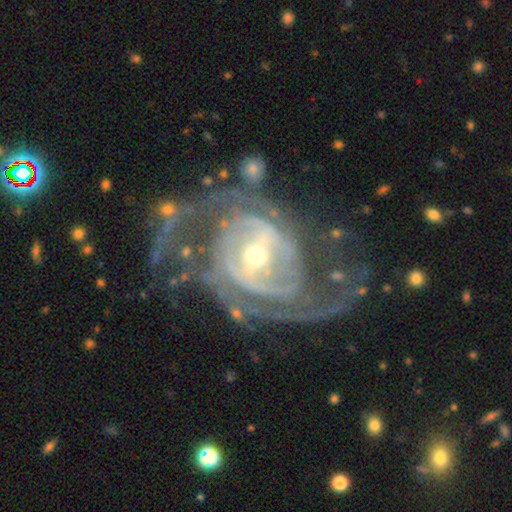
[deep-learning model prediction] smooth-or-featured: featured or disk: 91% | star or artifact: 5% | smooth: 4%
  disk-edge-on: no: 97% | yes: 3%
    bar: weak: 42% | strong: 38% | no: 20%
    has-spiral-arms: yes: 96% | no: 4%
      spiral-winding: medium: 44% | tight: 40% | loose: 16%
      spiral-arm-count: 2: 48% | can't tell: 18% | 3: 15% | 4: 7% | 1: 6% | more than 4: 5%
    bulge-size: small: 51% | moderate: 44% | large: 3% | none: 1% | dominant: 1%
  merging: none: 53% | major disturbance: 25% | minor disturbance: 18% | merger: 4%